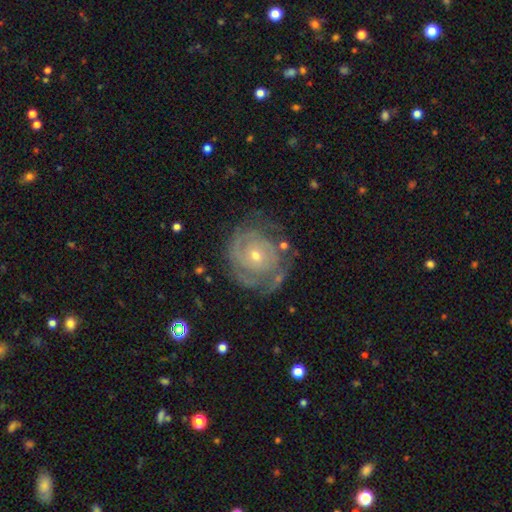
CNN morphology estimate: Smooth or featured: featured or disk — 86% (smooth — 9%)
Edge-on disk: no — 98% (yes — 2%)
Bar: no — 74% (weak — 21%)
Spiral arms: yes — 93% (no — 7%)
Spiral winding: tight — 77% (medium — 18%)
Spiral arm count: can't tell — 32% (2 — 30%)
Bulge size: small — 58% (moderate — 39%)
Merging: none — 69% (minor disturbance — 19%)